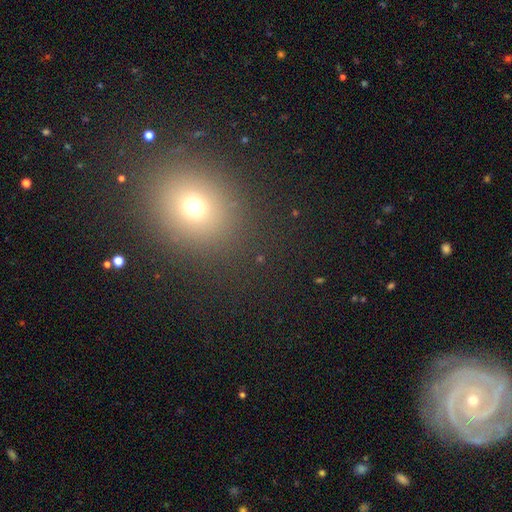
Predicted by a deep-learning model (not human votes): The model was most divided on "smooth or featured": smooth: 54%, star or artifact: 27%, featured or disk: 19%. More confident: merging — none (88%); how rounded — round (73%).